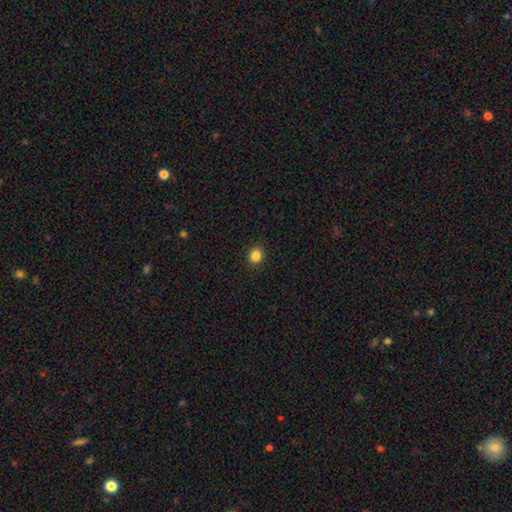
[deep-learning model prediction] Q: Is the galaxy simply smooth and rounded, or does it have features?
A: smooth — 85%.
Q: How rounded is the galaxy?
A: round — 86%.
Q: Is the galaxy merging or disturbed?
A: none — 92%.